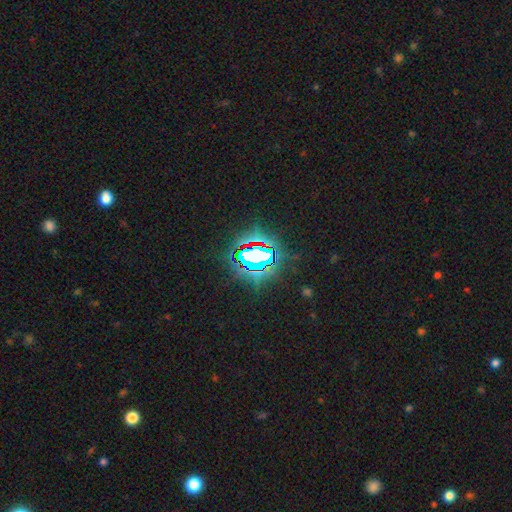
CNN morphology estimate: Q: Smooth or featured?
A: star or artifact (76%); runner-up: smooth (12%)